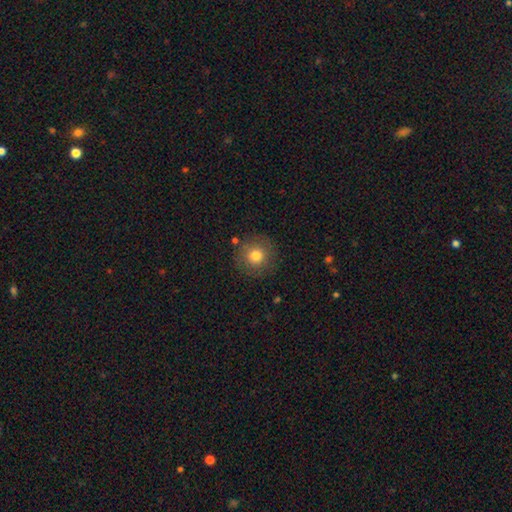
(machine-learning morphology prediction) Overall: smooth (78%). How rounded: round (94%). Merging: none (86%).